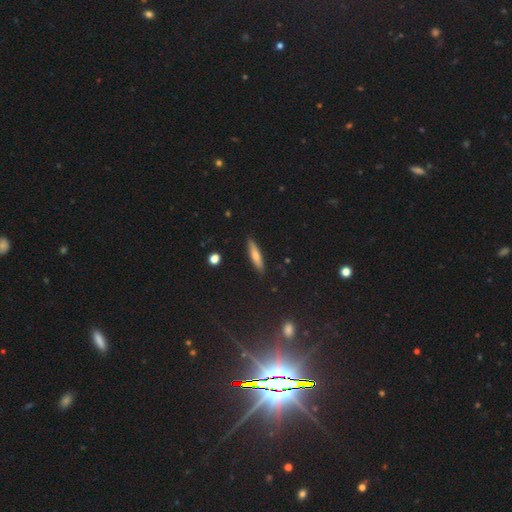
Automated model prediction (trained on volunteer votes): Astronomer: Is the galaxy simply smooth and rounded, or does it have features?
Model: smooth — 65%.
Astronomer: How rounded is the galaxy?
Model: cigar-shaped — 83%.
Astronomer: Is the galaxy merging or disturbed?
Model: none — 88%.